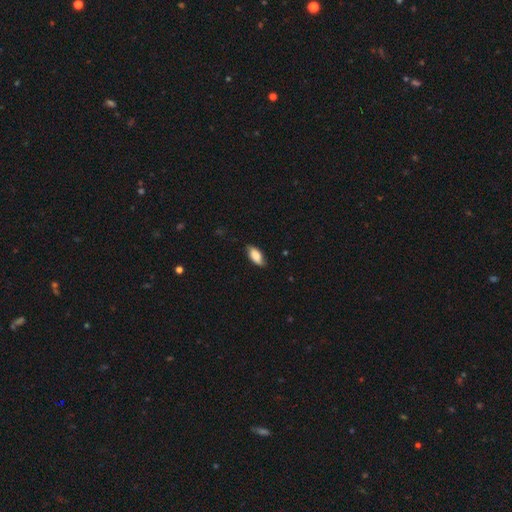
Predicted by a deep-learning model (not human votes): Smooth or featured?
  - smooth: 83% *
  - featured or disk: 11%
  - star or artifact: 6%
How rounded?
  - in between: 88% *
  - cigar-shaped: 9%
  - round: 3%
Merging?
  - none: 79% *
  - minor disturbance: 17%
  - major disturbance: 3%
  - merger: 1%